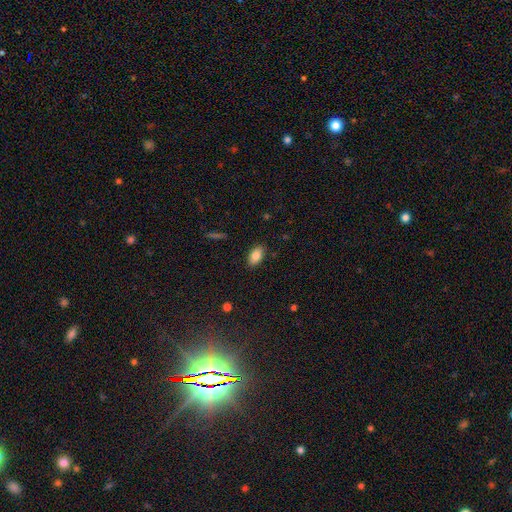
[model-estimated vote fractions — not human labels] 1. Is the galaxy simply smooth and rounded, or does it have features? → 83% smooth, 9% featured or disk, 8% star or artifact.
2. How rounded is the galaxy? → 92% in between, 5% round, 3% cigar-shaped.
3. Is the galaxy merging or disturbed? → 88% none, 9% minor disturbance, 2% major disturbance, 1% merger.